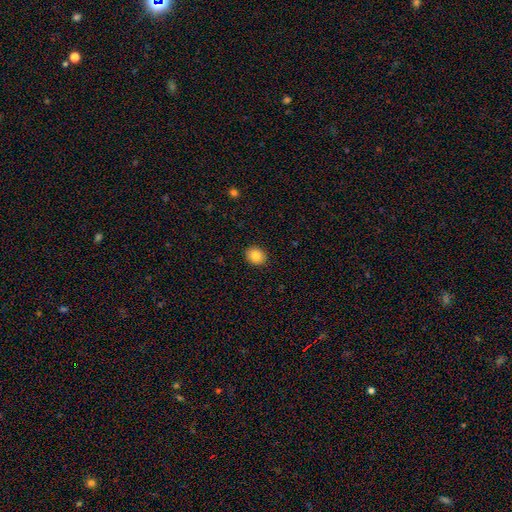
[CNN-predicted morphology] type=smooth (85%); roundness=round (68%); merging=none (91%).